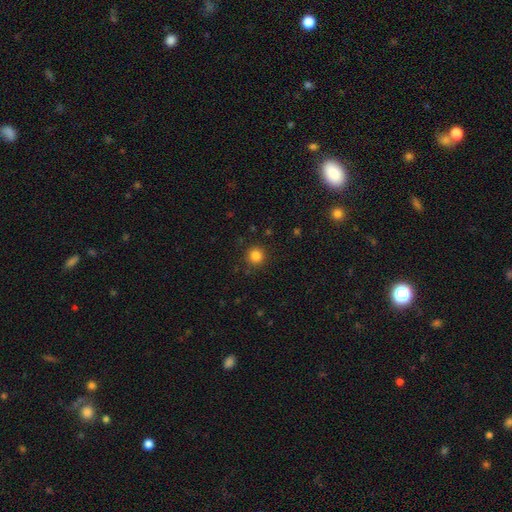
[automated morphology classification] smooth_or_featured: smooth (p=0.83) [alt: star or artifact p=0.12]
how_rounded: round (p=0.95) [alt: in between p=0.04]
merging: none (p=0.90) [alt: minor disturbance p=0.06]